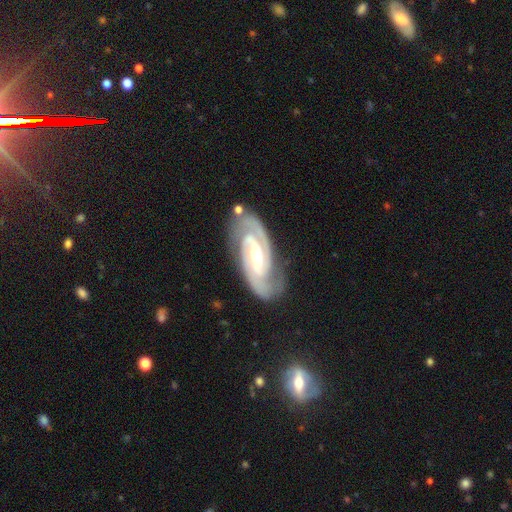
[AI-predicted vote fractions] This appears to be a featured or disk galaxy (92%) with a weak bar (39%), 2 (89%) tight (58%) spiral arms (98%) and a moderate central bulge (56%). Merging: none (80%).